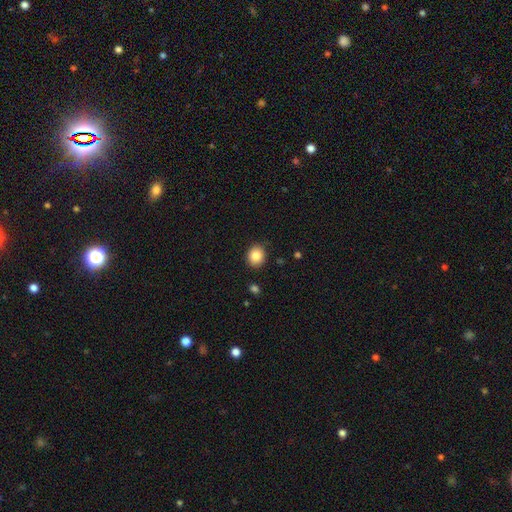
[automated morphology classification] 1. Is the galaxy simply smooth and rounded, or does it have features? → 86% smooth, 9% star or artifact, 5% featured or disk.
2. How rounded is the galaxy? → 72% round, 28% in between, 1% cigar-shaped.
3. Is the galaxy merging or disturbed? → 88% none, 9% minor disturbance, 2% major disturbance, 2% merger.